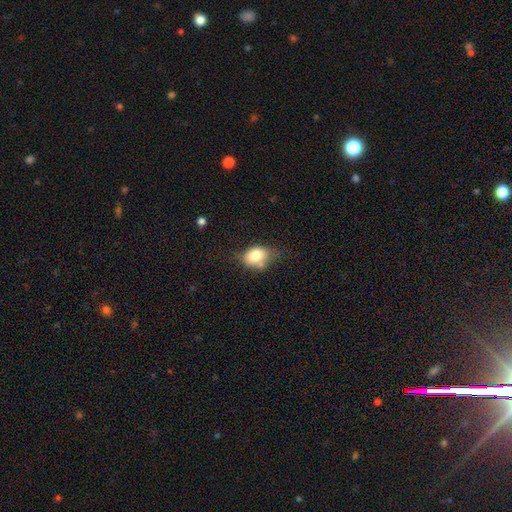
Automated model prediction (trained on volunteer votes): This is likely a smooth galaxy (76%). How rounded: likely in between (66%). Merging: possibly none (47%).